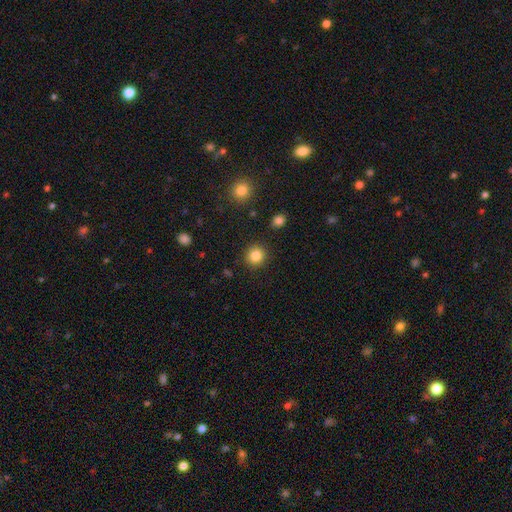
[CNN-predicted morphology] This appears to be a smooth galaxy with no disk features (84%) that is round (93%). Merging: none (91%).